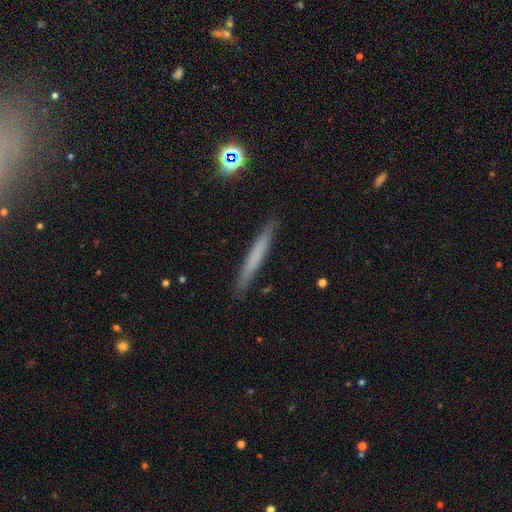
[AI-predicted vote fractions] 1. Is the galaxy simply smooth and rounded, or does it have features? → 61% smooth, 31% featured or disk, 8% star or artifact.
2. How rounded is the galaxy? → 96% cigar-shaped, 3% in between, 1% round.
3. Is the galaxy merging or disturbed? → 89% none, 8% minor disturbance, 2% major disturbance, 1% merger.